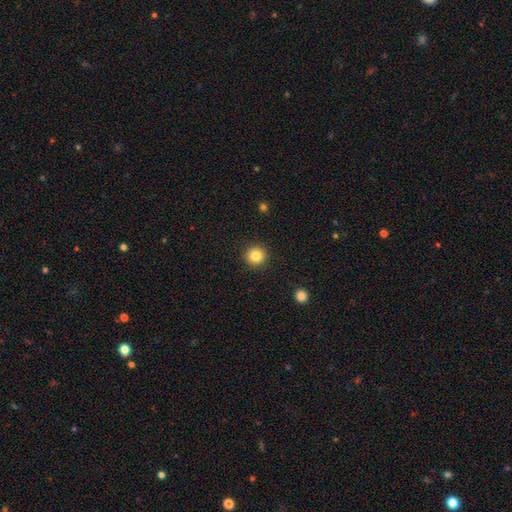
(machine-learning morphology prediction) Overall: smooth (84%). How rounded: round (94%). Merging: none (92%).